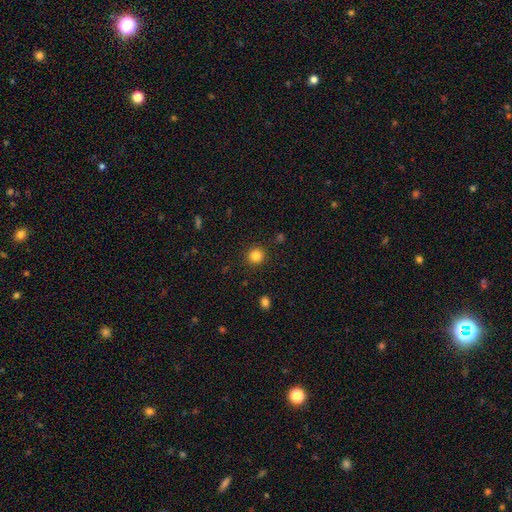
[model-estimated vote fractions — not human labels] The model was most divided on "smooth or featured": smooth: 84%, star or artifact: 12%, featured or disk: 5%. More confident: how rounded — round (94%); merging — none (91%).